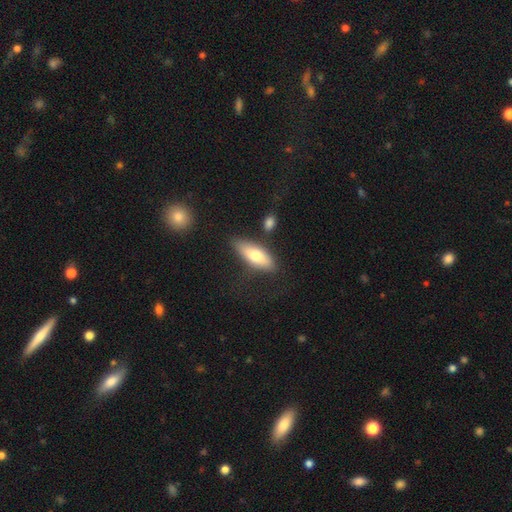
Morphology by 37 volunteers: A smooth galaxy with no disk features (57%) that is in between round and cigar-shaped (62%). Merging: none (71%).